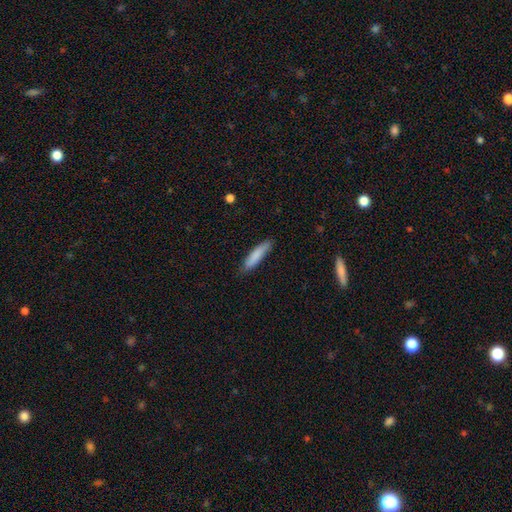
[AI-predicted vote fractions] Smooth or featured? Predicted: smooth (p=0.84). How rounded? Predicted: cigar-shaped (p=0.80). Merging? Predicted: none (p=0.82).